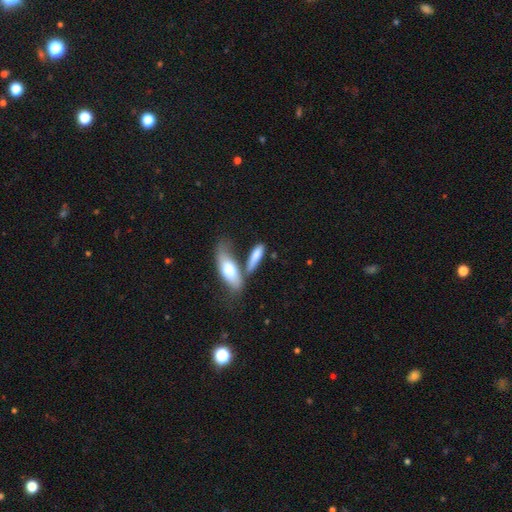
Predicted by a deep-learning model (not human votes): smooth-or-featured: smooth: 75% | featured or disk: 18% | star or artifact: 6%
  how-rounded: in between: 49% | cigar-shaped: 48% | round: 3%
  merging: merger: 38% | none: 36% | minor disturbance: 16% | major disturbance: 10%